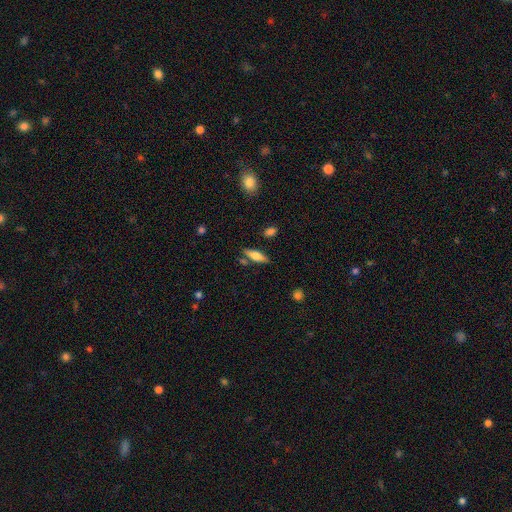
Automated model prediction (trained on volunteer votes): Morphology: type=smooth (61%); roundness=in between (51%); merging=none (78%).